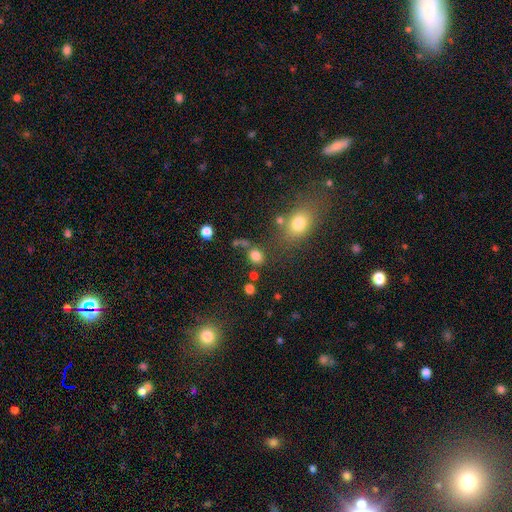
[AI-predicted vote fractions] smooth_or_featured: smooth (p=0.79) [alt: star or artifact p=0.15]
how_rounded: round (p=0.57) [alt: in between p=0.42]
merging: none (p=0.65) [alt: merger p=0.14]